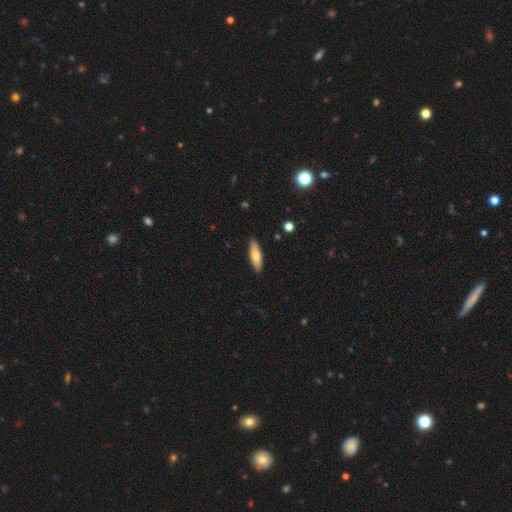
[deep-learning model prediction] Smooth or featured? Predicted: smooth (p=0.72). How rounded? Predicted: cigar-shaped (p=0.54). Merging? Predicted: none (p=0.90).